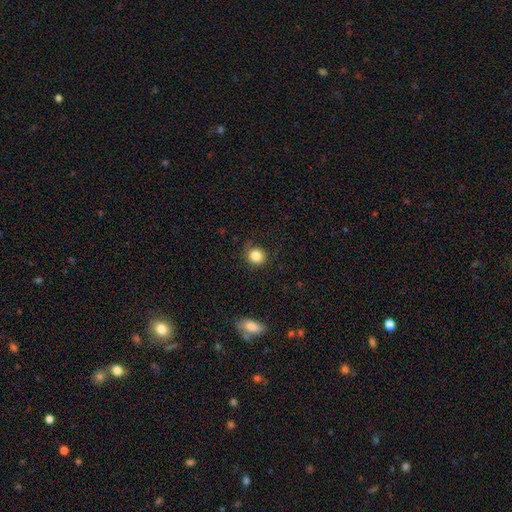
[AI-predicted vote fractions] smooth 84%, star or artifact 10%, featured or disk 5%. Down the decision tree: how rounded — round (87%); merging — none (82%).